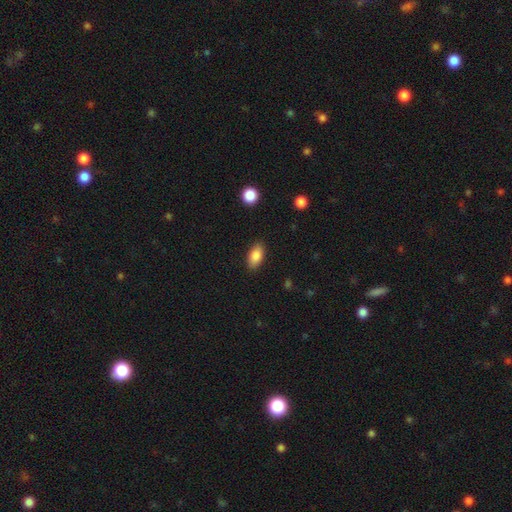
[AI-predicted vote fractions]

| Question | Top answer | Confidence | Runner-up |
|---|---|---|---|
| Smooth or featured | smooth | 86% | star or artifact (7%) |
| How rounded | in between | 91% | cigar-shaped (5%) |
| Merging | none | 87% | minor disturbance (9%) |